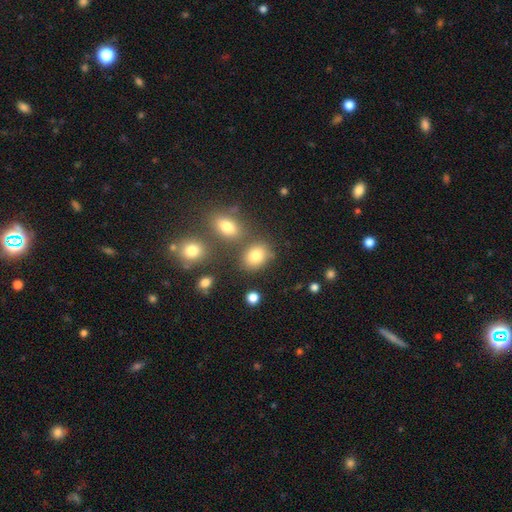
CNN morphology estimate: This is likely a smooth galaxy (80%). How rounded: possibly in between (57%). Merging: likely none (68%).